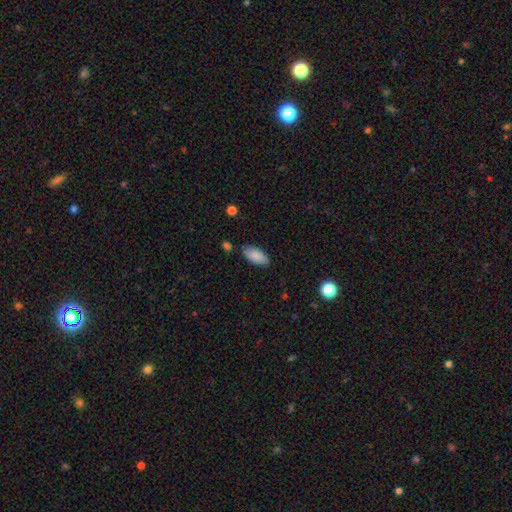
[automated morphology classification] This is clearly a smooth galaxy (87%). How rounded: clearly in between (91%). Merging: clearly none (80%).